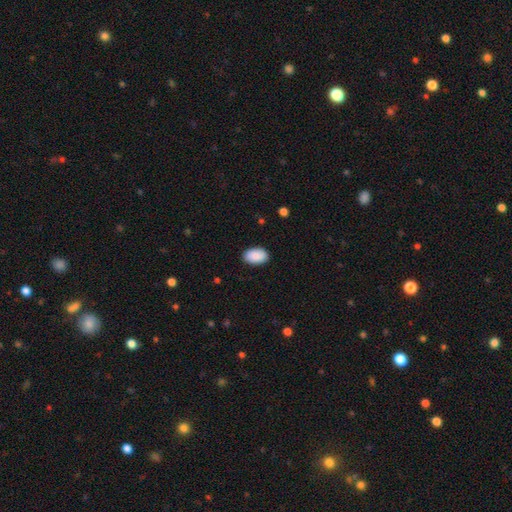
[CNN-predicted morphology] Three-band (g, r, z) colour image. It shows a smooth galaxy with no disk features (90%) that is in between round and cigar-shaped (93%). Merging: none (88%).